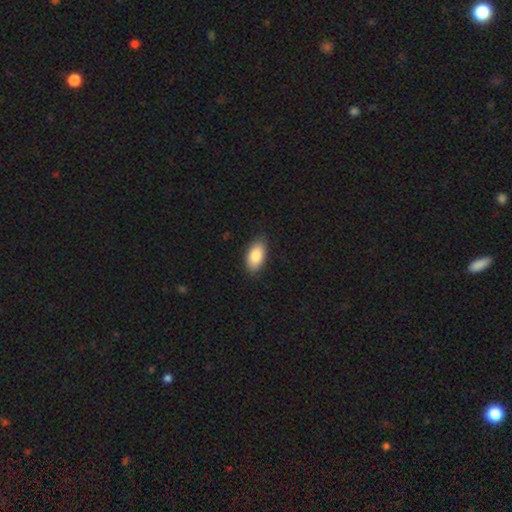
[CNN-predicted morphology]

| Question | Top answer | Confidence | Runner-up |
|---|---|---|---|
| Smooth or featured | smooth | 86% | featured or disk (8%) |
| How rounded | in between | 93% | cigar-shaped (4%) |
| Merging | none | 86% | minor disturbance (11%) |